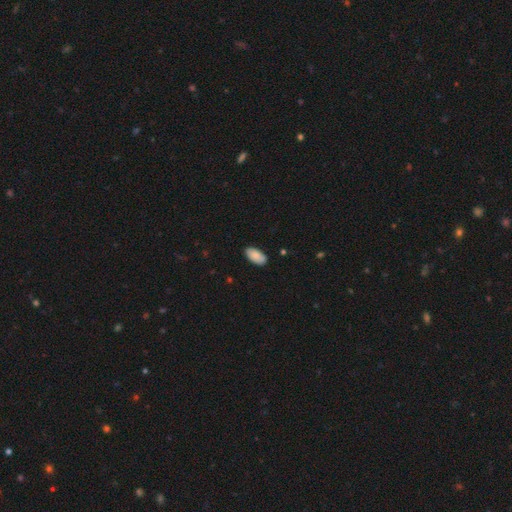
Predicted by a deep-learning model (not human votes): A smooth galaxy with no disk features (84%) that is in between round and cigar-shaped (95%). Merging: none (86%).